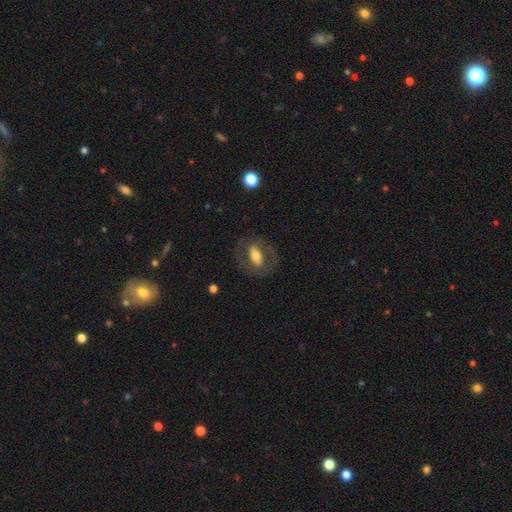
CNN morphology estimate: type=smooth (47%); merging=none (73%).